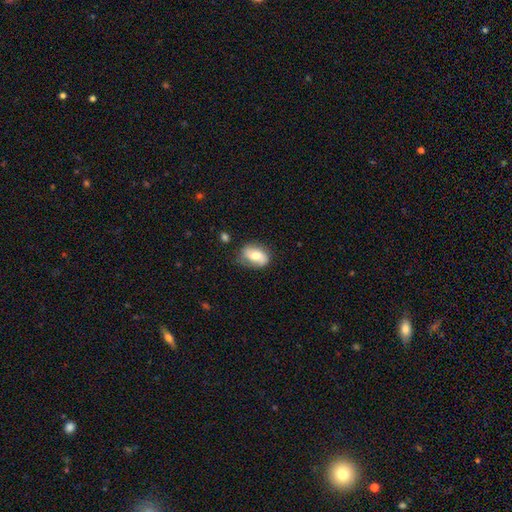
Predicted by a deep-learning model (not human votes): Smooth or featured?
  - smooth: 65% *
  - featured or disk: 28%
  - star or artifact: 7%
How rounded?
  - in between: 82% *
  - round: 16%
  - cigar-shaped: 2%
Merging?
  - none: 66% *
  - minor disturbance: 25%
  - major disturbance: 7%
  - merger: 3%